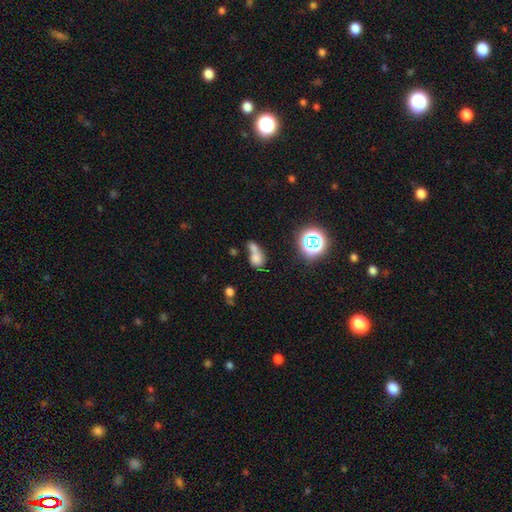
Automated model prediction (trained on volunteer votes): smooth-or-featured: smooth: 66% | star or artifact: 17% | featured or disk: 16%
  how-rounded: in between: 52% | round: 44% | cigar-shaped: 4%
  merging: merger: 59% | none: 23% | minor disturbance: 9% | major disturbance: 8%